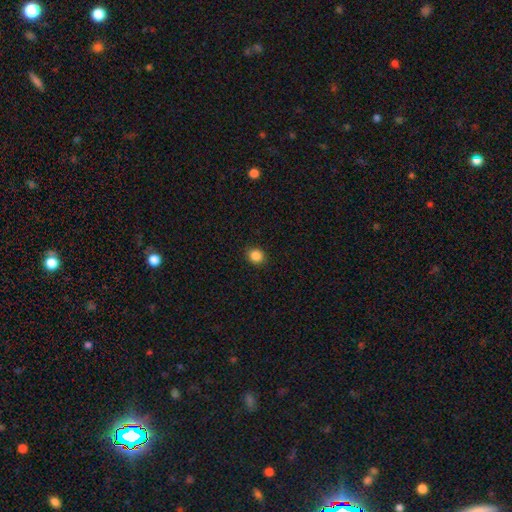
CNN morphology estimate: smooth_or_featured: smooth (p=0.86) [alt: star or artifact p=0.11]
how_rounded: round (p=0.80) [alt: in between p=0.19]
merging: none (p=0.91) [alt: minor disturbance p=0.06]